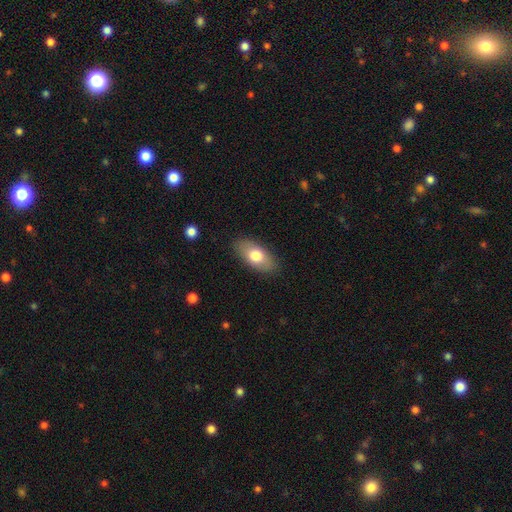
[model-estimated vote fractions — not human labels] A smooth galaxy with no disk features (74%) that is in between round and cigar-shaped (90%).

Vote fractions:
- Smooth or featured? smooth: 74% / featured or disk: 20% / star or artifact: 6%
- How rounded? in between: 90% / cigar-shaped: 6% / round: 4%
- Merging? none: 87% / minor disturbance: 10% / major disturbance: 3% / merger: 1%